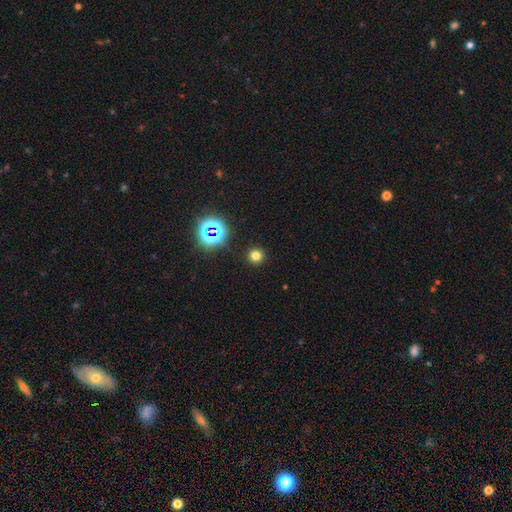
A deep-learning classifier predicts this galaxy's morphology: Smooth or featured?
  - smooth: 71% *
  - star or artifact: 23%
  - featured or disk: 6%
How rounded?
  - round: 94% *
  - in between: 5%
  - cigar-shaped: 1%
Merging?
  - none: 91% *
  - minor disturbance: 5%
  - major disturbance: 2%
  - merger: 1%